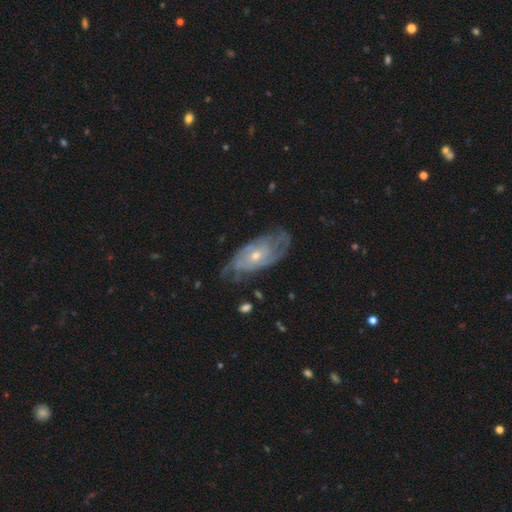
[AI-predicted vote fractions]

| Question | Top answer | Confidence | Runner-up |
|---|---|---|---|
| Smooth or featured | featured or disk | 78% | smooth (15%) |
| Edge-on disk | no | 91% | yes (9%) |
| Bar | no | 74% | weak (22%) |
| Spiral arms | yes | 86% | no (14%) |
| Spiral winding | tight | 60% | medium (30%) |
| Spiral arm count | can't tell | 47% | 2 (28%) |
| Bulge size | small | 58% | moderate (39%) |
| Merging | none | 64% | minor disturbance (25%) |